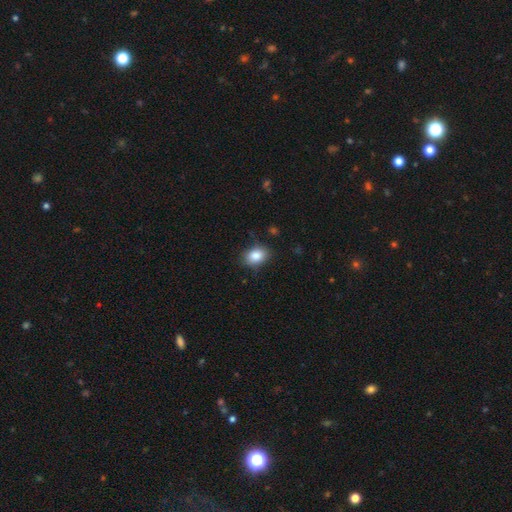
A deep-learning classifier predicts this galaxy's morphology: Smooth or featured?
  - smooth: 85% *
  - star or artifact: 9%
  - featured or disk: 6%
How rounded?
  - in between: 70% *
  - round: 29%
  - cigar-shaped: 1%
Merging?
  - none: 81% *
  - minor disturbance: 15%
  - major disturbance: 3%
  - merger: 1%